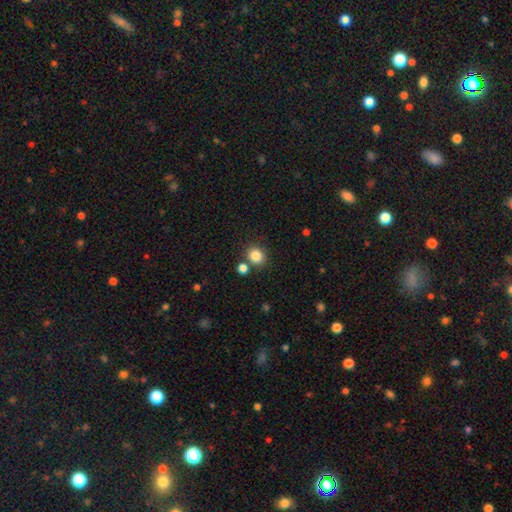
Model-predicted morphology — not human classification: This appears to be a smooth galaxy with no disk features (84%) that is round (78%). Merging: none (76%).